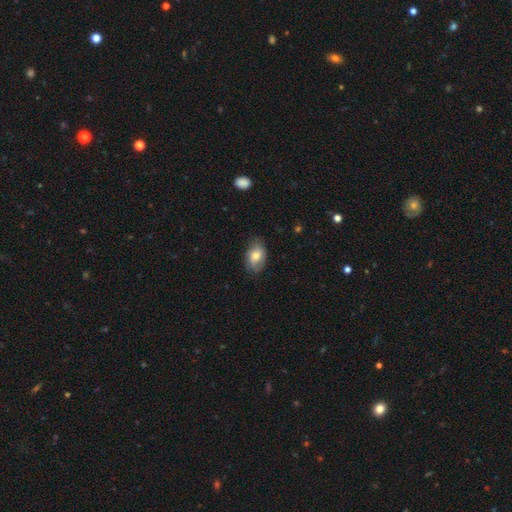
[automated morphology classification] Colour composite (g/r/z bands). It shows a smooth galaxy with no disk features (63%) that is in between round and cigar-shaped (84%). Merging: none (71%).